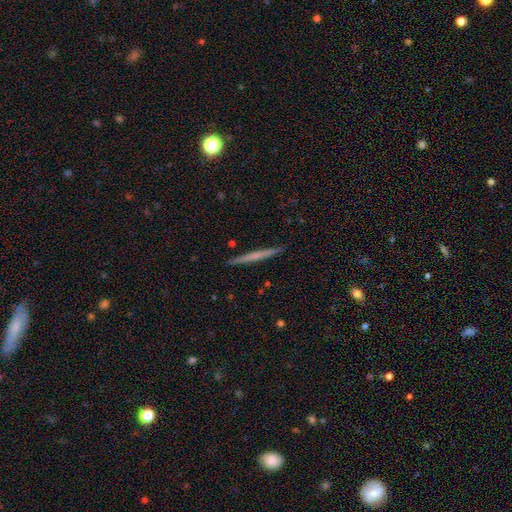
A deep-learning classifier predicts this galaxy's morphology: featured or disk 47% (tied), smooth 47% (tied), star or artifact 6%. Down the decision tree: merging — none (92%).